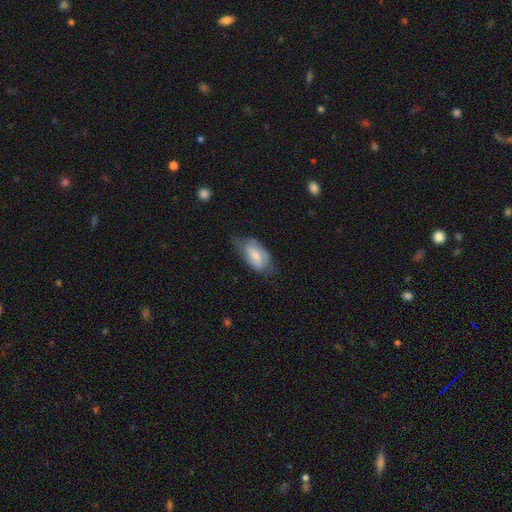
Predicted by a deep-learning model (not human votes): This is possibly a smooth galaxy (59%). How rounded: clearly in between (91%). Merging: possibly none (47%).